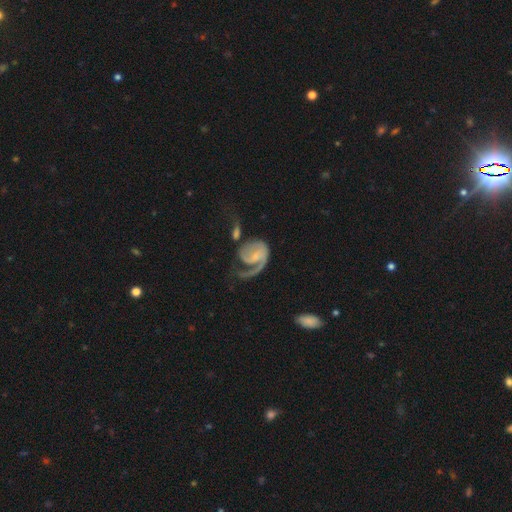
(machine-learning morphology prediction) type=featured or disk (81%); edge-on=no (98%); bar=no (48%); spiral arms=yes (93%); winding=medium (38%); arm count=1 (73%); bulge=small (51%); merging=major disturbance (38%).